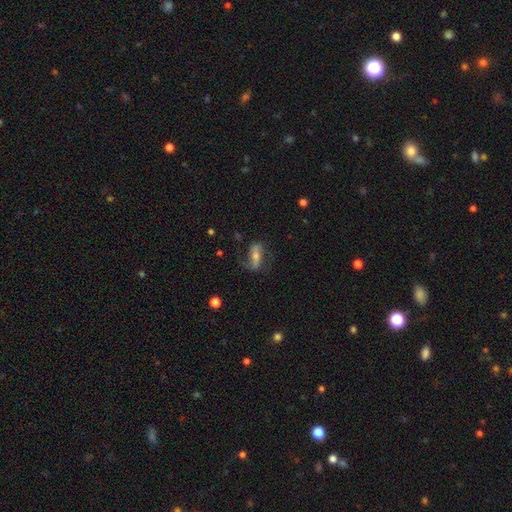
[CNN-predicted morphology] Smooth or featured: featured or disk — 71% (smooth — 20%)
Edge-on disk: no — 90% (yes — 10%)
Bar: strong — 46% (weak — 28%)
Spiral arms: yes — 88% (no — 12%)
Spiral winding: loose — 49% (medium — 37%)
Spiral arm count: 2 — 82% (1 — 10%)
Bulge size: moderate — 47% (small — 44%)
Merging: none — 66% (minor disturbance — 18%)